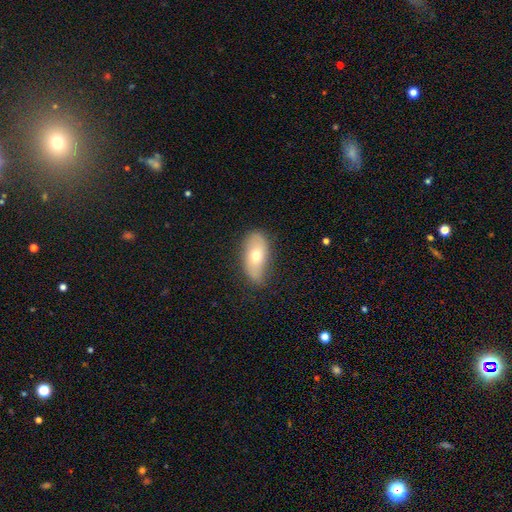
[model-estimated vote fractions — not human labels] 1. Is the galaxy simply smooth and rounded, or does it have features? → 59% smooth, 33% featured or disk, 8% star or artifact.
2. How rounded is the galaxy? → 87% in between, 8% cigar-shaped, 5% round.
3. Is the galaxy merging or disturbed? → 73% none, 21% minor disturbance, 5% major disturbance, 1% merger.